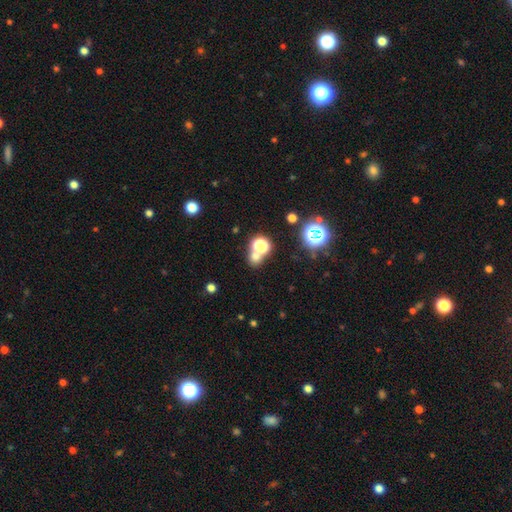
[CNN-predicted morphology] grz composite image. It shows a smooth galaxy with no disk features (57%) that is round (76%). Merging: none (56%).